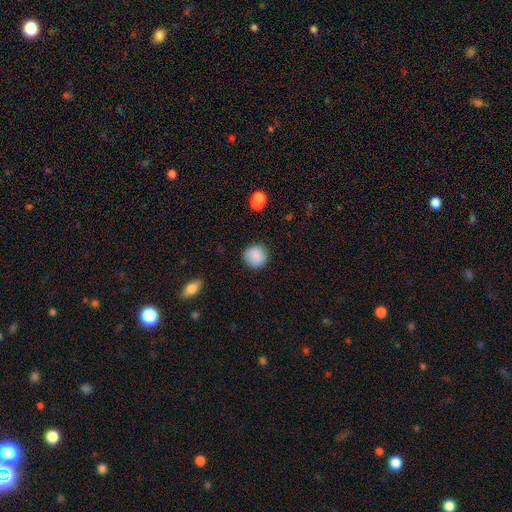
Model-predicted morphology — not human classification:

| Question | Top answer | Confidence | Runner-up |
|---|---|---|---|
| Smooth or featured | smooth | 86% | star or artifact (8%) |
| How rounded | round | 91% | in between (8%) |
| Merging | none | 84% | minor disturbance (11%) |